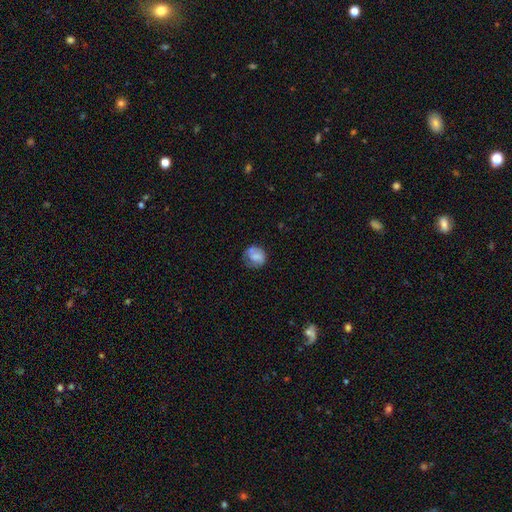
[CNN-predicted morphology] A smooth galaxy with no disk features (70%) that is round (77%). Merging: none (56%).